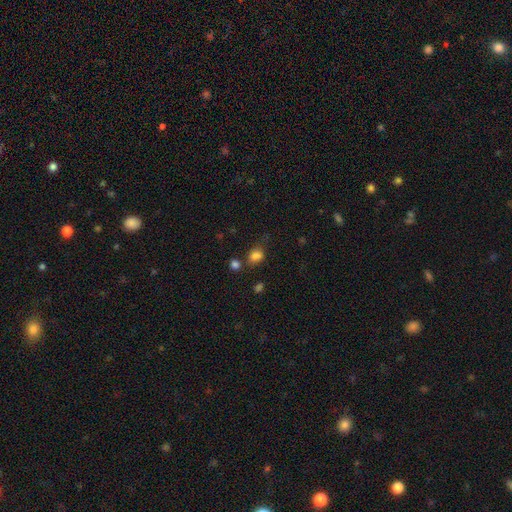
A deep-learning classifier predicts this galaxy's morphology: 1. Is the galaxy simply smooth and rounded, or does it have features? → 78% smooth, 15% star or artifact, 6% featured or disk.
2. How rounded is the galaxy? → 58% in between, 40% round, 1% cigar-shaped.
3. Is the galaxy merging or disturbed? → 55% none, 20% minor disturbance, 17% merger, 8% major disturbance.